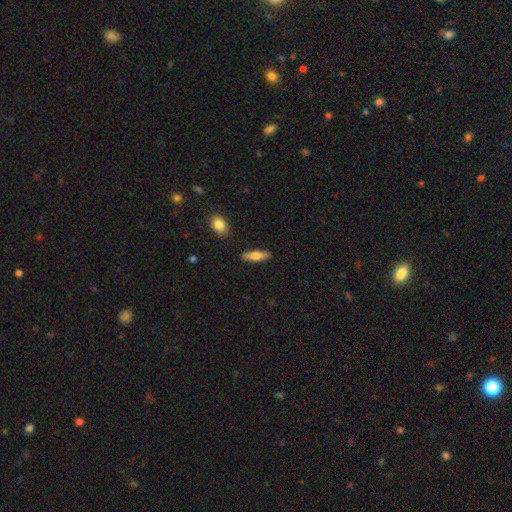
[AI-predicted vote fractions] Overall: smooth (63%; featured or disk 31%). How rounded: cigar-shaped (62%; in between 35%). Merging: none (87%).